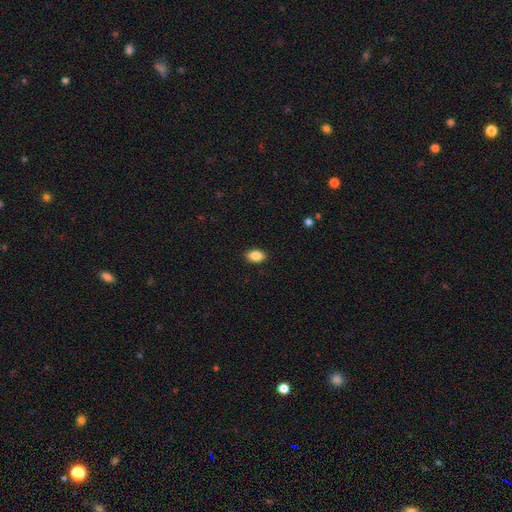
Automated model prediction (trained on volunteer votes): The model was most divided on "smooth or featured": smooth: 87%, star or artifact: 8%, featured or disk: 6%. More confident: how rounded — in between (90%); merging — none (89%).